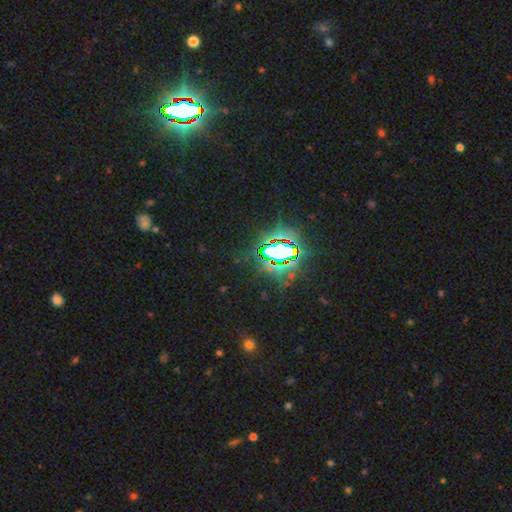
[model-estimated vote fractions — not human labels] Smooth or featured? Predicted: star or artifact (p=0.81).